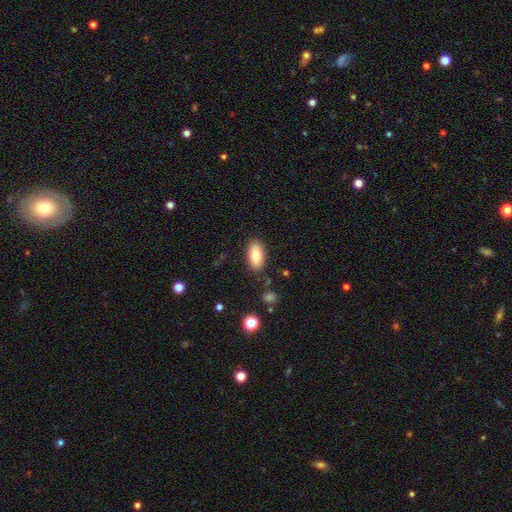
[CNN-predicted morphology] The model was most divided on "smooth or featured": smooth: 79%, featured or disk: 14%, star or artifact: 7%. More confident: how rounded — in between (91%); merging — none (86%).